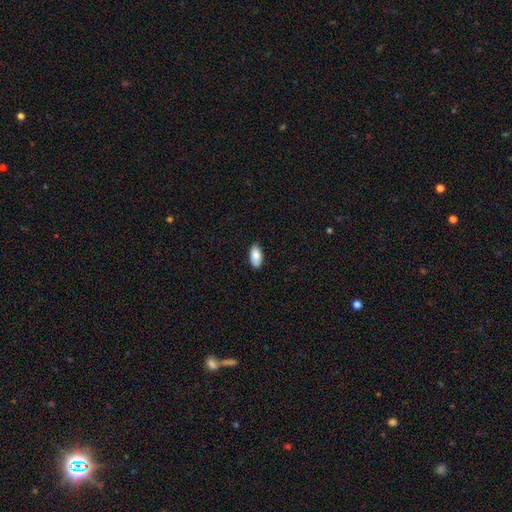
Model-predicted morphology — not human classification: This is clearly a smooth galaxy (86%). How rounded: clearly in between (92%). Merging: clearly none (86%).